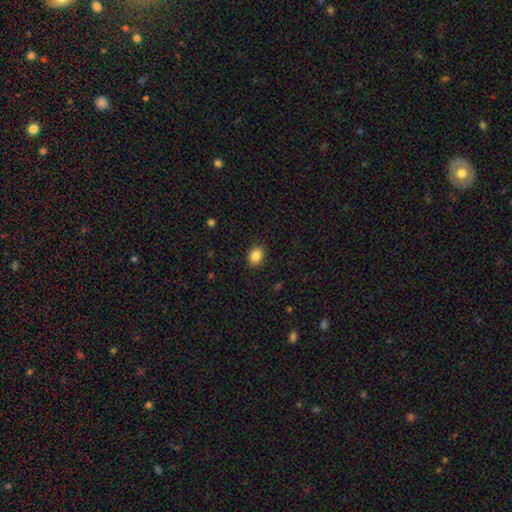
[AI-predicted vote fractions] The model was most divided on "how rounded": in between: 55%, round: 44%, cigar-shaped: 1%. More confident: merging — none (88%); smooth or featured — smooth (86%).